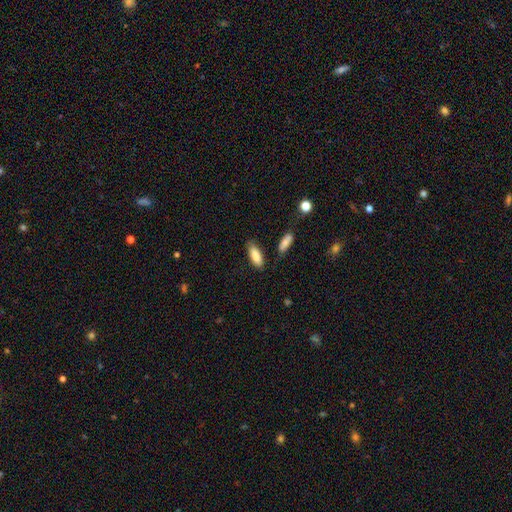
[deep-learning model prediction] Smooth or featured?
  - smooth: 87% *
  - featured or disk: 7%
  - star or artifact: 6%
How rounded?
  - in between: 72% *
  - cigar-shaped: 26%
  - round: 2%
Merging?
  - none: 79% *
  - minor disturbance: 14%
  - merger: 4%
  - major disturbance: 3%